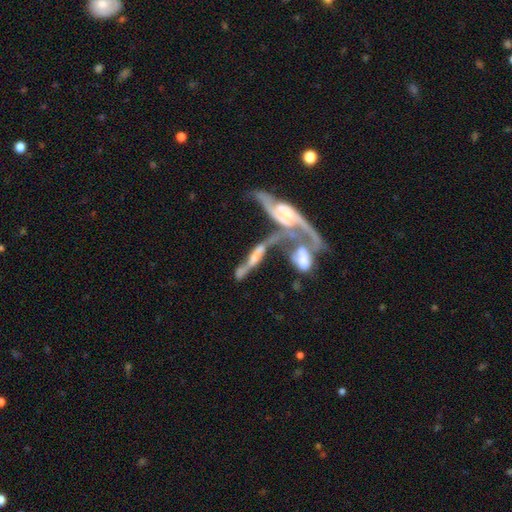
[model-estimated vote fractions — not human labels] featured or disk 69%, smooth 23%, star or artifact 8%. Down the decision tree: edge-on disk — no (72%); merging — merger (72%).